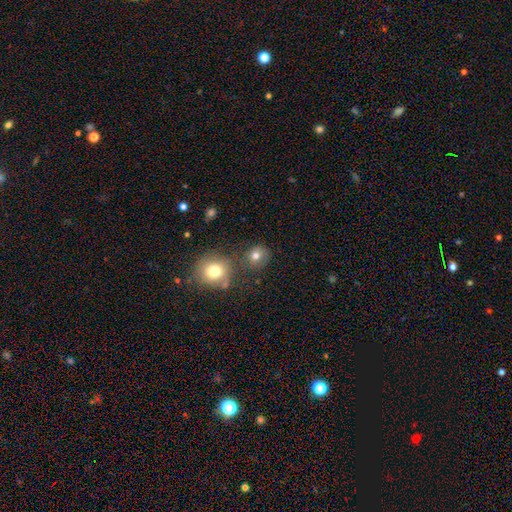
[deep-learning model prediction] A smooth galaxy with no disk features (77%) that is round (81%). Merging: none (71%).